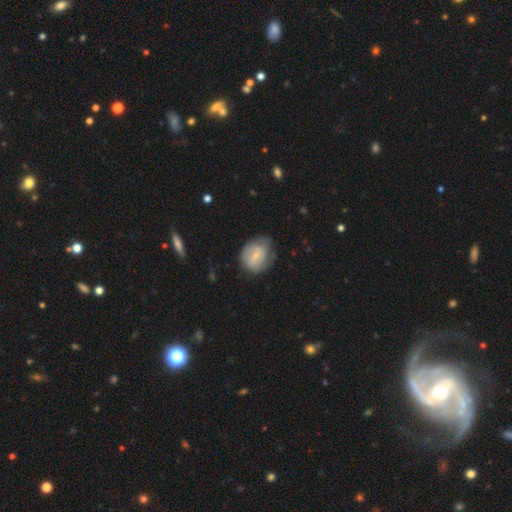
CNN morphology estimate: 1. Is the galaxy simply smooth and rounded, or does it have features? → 49% featured or disk, 45% smooth, 6% star or artifact.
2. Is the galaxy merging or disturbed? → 59% none, 28% minor disturbance, 11% major disturbance, 2% merger.